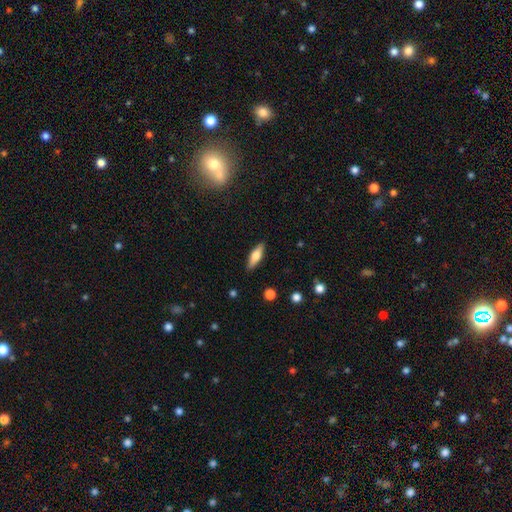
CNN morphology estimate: The model was most divided on "how rounded": cigar-shaped: 50%, in between: 47%, round: 2%. More confident: merging — none (88%); smooth or featured — smooth (60%).